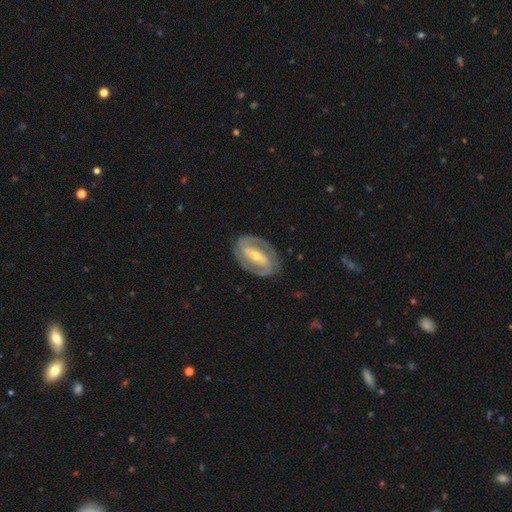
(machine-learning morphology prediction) Smooth or featured: featured or disk — 86% (smooth — 10%)
Edge-on disk: no — 96% (yes — 4%)
Bar: strong — 60% (weak — 26%)
Spiral arms: yes — 89% (no — 11%)
Spiral winding: tight — 51% (medium — 38%)
Spiral arm count: 2 — 87% (can't tell — 7%)
Bulge size: moderate — 50% (small — 46%)
Merging: none — 83% (minor disturbance — 12%)